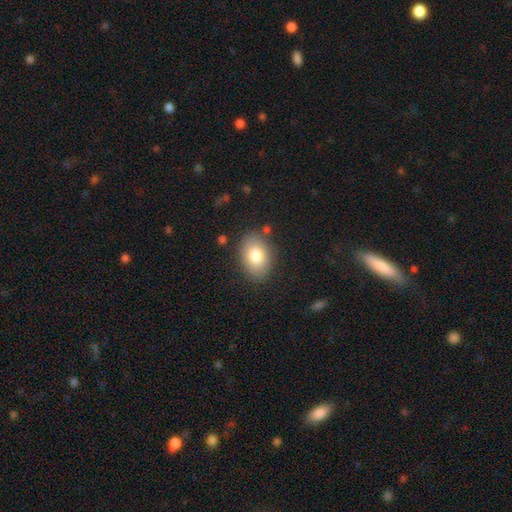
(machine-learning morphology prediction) This is clearly a smooth galaxy (82%). How rounded: clearly in between (81%). Merging: clearly none (83%).